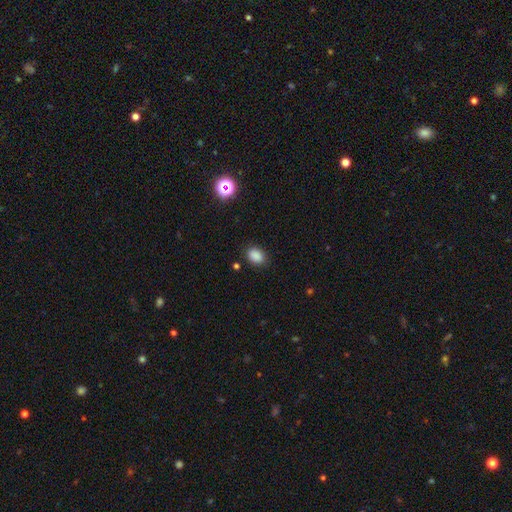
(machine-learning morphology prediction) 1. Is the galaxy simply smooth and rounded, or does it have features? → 85% smooth, 12% star or artifact, 3% featured or disk.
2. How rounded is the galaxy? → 70% in between, 29% round, 1% cigar-shaped.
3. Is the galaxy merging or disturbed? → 85% none, 11% minor disturbance, 3% major disturbance, 1% merger.